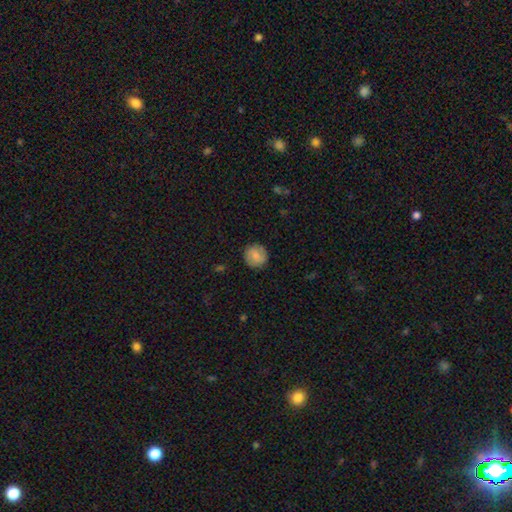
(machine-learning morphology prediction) smooth 79%, featured or disk 14%, star or artifact 8%. Down the decision tree: how rounded — round (90%); merging — none (87%).